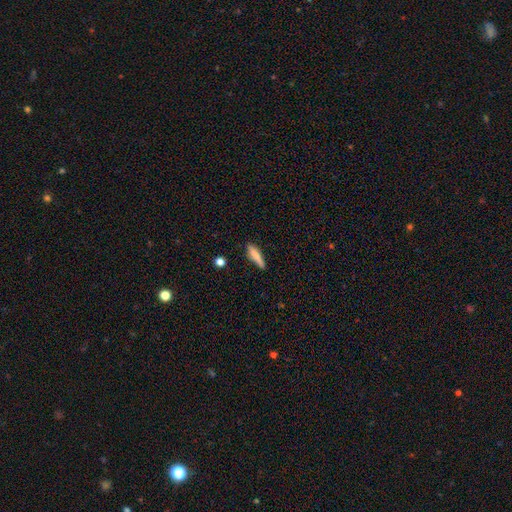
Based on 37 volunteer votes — A smooth galaxy with no disk features (81%) that is cigar-shaped (70%). Merging: none (51%).